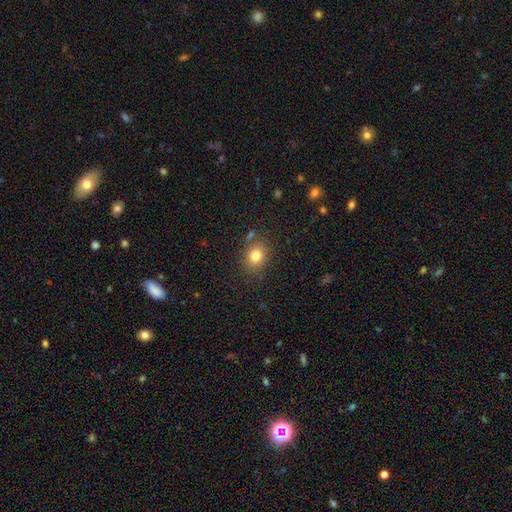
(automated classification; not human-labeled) Smooth or featured? Predicted: smooth (p=0.80). How rounded? Predicted: round (p=0.55). Merging? Predicted: none (p=0.78).